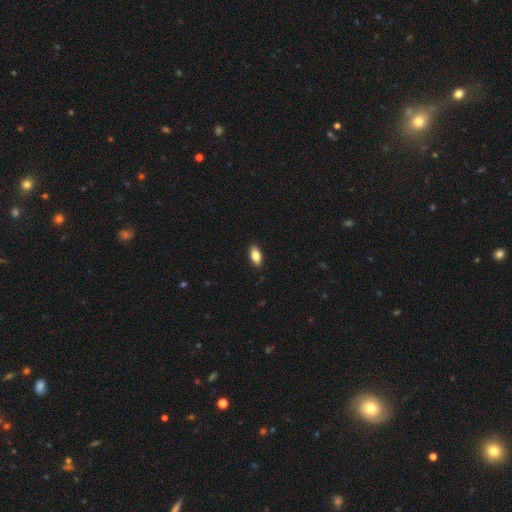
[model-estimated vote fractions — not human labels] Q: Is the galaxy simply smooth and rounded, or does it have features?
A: smooth — 82%.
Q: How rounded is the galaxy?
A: in between — 89%.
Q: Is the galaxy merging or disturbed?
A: none — 88%.